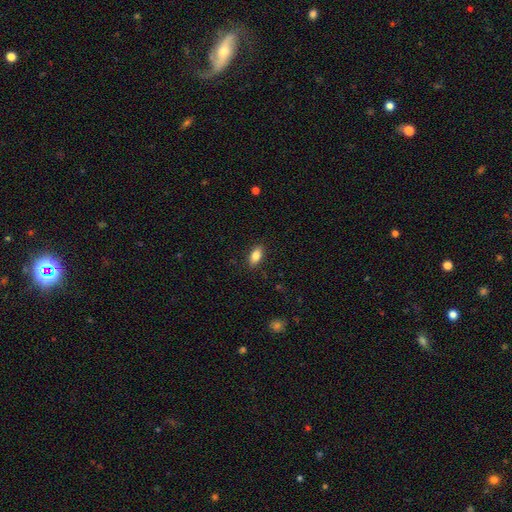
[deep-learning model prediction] Overall: smooth (85%). How rounded: in between (89%). Merging: none (87%).